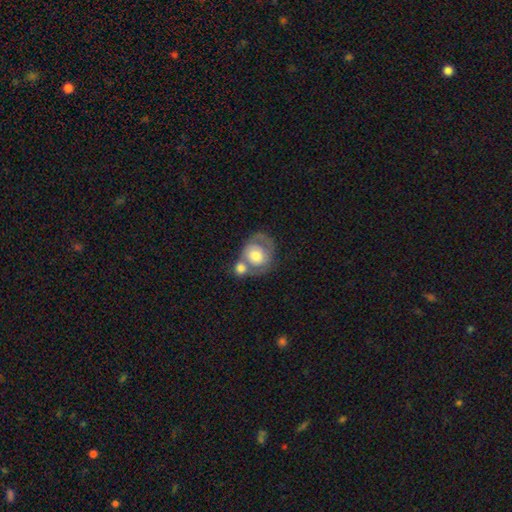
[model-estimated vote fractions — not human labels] Smooth or featured? Predicted: smooth (p=0.48). Merging? Predicted: merger (p=0.50).